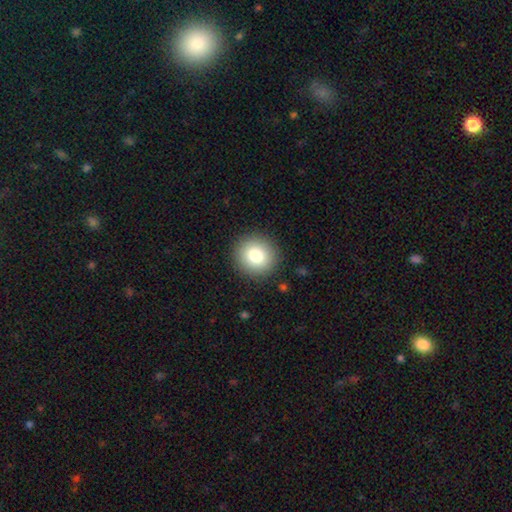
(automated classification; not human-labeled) A smooth galaxy with no disk features (81%) that is round (93%). Merging: none (91%).